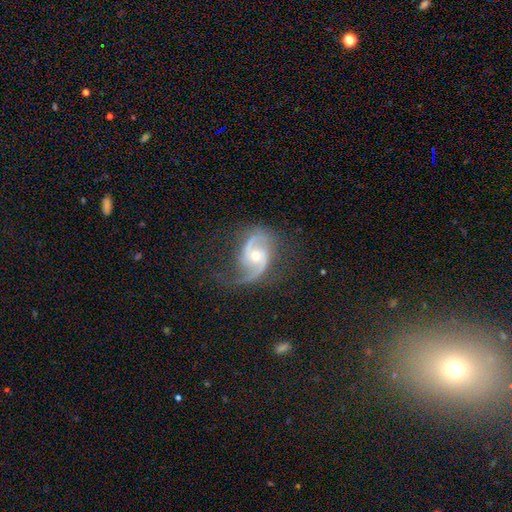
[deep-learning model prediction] Overall: featured or disk (91%). Edge-on disk: no (98%). Bar: no (62%; weak 29%). Spiral arms: yes (98%). Spiral arm count: 2 (92%). Spiral winding: medium (50%; loose 37%). Bulge size: moderate (55%; small 41%). Merging: none (71%).